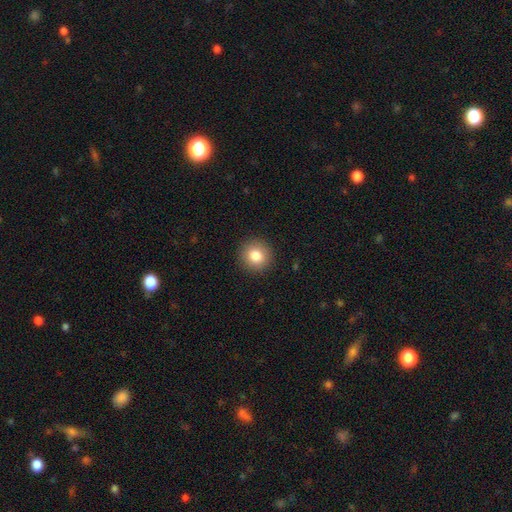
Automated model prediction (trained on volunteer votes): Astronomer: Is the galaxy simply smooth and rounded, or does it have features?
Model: smooth — 83%.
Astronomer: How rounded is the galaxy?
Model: round — 92%.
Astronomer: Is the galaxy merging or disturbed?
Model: none — 91%.